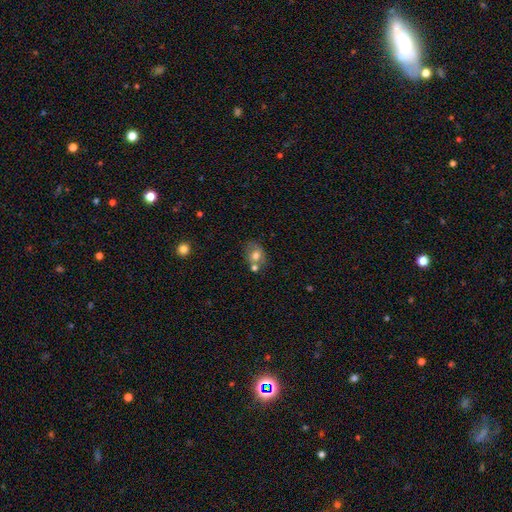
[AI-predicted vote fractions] A smooth galaxy with no disk features (71%) that is round (50%).

Vote fractions:
- Smooth or featured? smooth: 71% / featured or disk: 19% / star or artifact: 10%
- How rounded? round: 50% / in between: 49% / cigar-shaped: 1%
- Merging? none: 51% / merger: 26% / minor disturbance: 17% / major disturbance: 6%